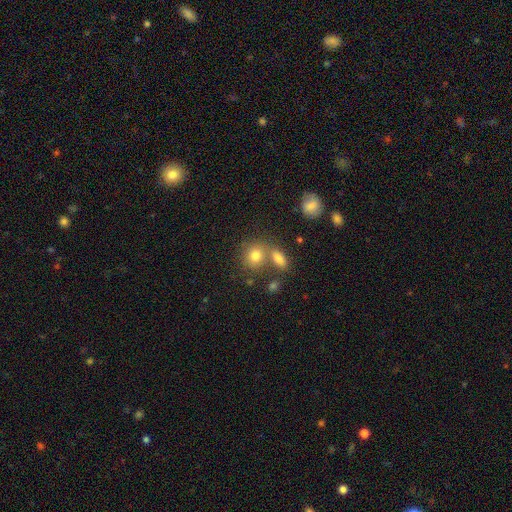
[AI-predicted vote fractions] This appears to be a smooth galaxy with no disk features (78%) that is round (69%). Merging: none (56%).